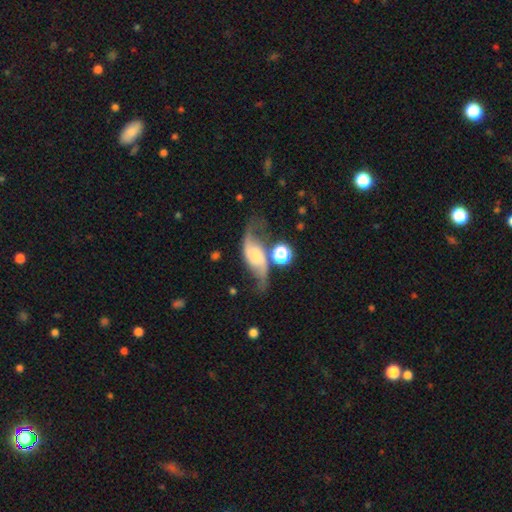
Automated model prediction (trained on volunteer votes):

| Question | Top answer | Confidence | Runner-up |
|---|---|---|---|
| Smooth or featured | featured or disk | 77% | smooth (15%) |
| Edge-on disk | no | 92% | yes (8%) |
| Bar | no | 52% | weak (34%) |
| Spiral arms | yes | 95% | no (5%) |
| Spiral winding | loose | 78% | medium (17%) |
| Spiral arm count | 2 | 92% | can't tell (3%) |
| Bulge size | small | 35% | moderate (26%) |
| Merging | none | 57% | minor disturbance (21%) |